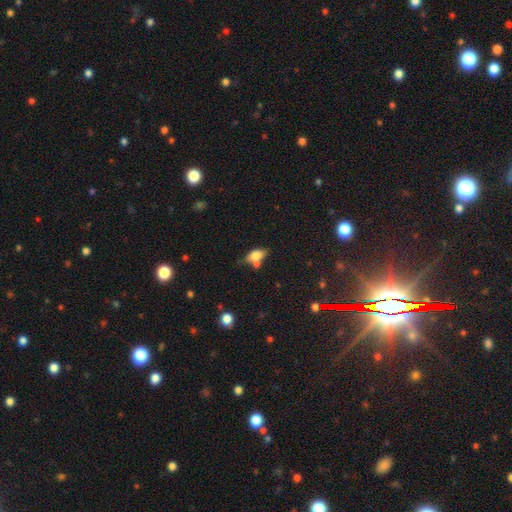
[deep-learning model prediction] Smooth or featured? Predicted: smooth (p=0.66). How rounded? Predicted: in between (p=0.80). Merging? Predicted: none (p=0.49).